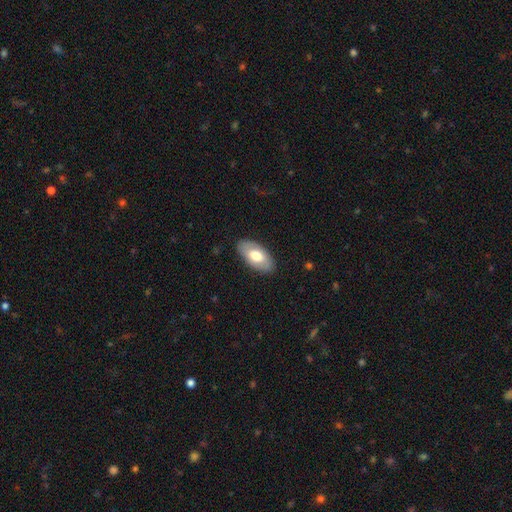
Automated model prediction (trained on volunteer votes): A smooth galaxy with no disk features (66%) that is in between round and cigar-shaped (94%).

Vote fractions:
- Smooth or featured? smooth: 66% / featured or disk: 28% / star or artifact: 6%
- How rounded? in between: 94% / cigar-shaped: 3% / round: 3%
- Merging? none: 85% / minor disturbance: 12% / major disturbance: 3% / merger: 1%